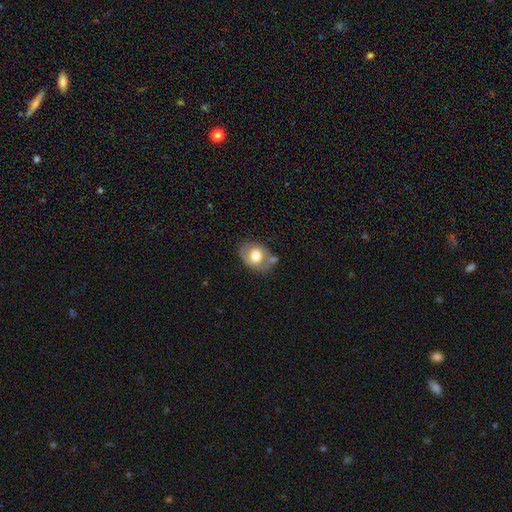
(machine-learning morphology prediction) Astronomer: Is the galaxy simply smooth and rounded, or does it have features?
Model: smooth — 63%.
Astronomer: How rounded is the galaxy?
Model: in between — 61% (runner-up: round, 38%).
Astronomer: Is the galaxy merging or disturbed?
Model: none — 55%.